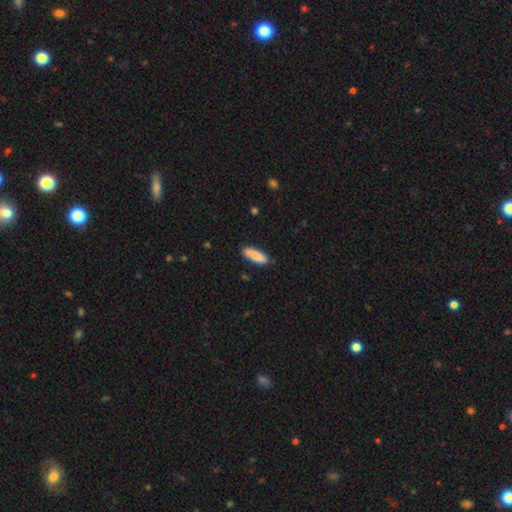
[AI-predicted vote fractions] smooth 88%, featured or disk 6%, star or artifact 6%. Down the decision tree: how rounded — in between (52%); merging — none (85%).